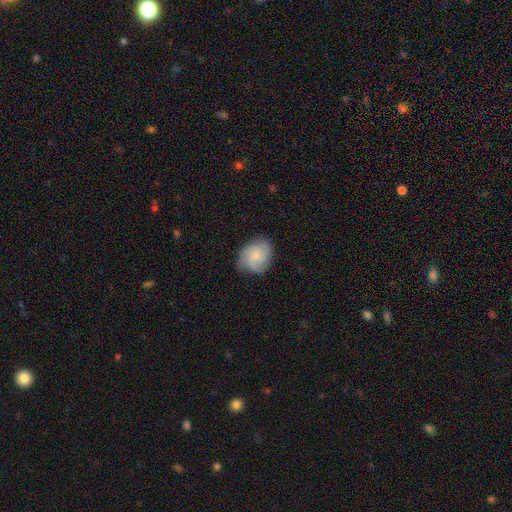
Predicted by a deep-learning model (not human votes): Smooth or featured?
  - smooth: 58% *
  - featured or disk: 35%
  - star or artifact: 7%
How rounded?
  - round: 54% *
  - in between: 45%
  - cigar-shaped: 1%
Merging?
  - none: 73% *
  - minor disturbance: 21%
  - major disturbance: 5%
  - merger: 1%